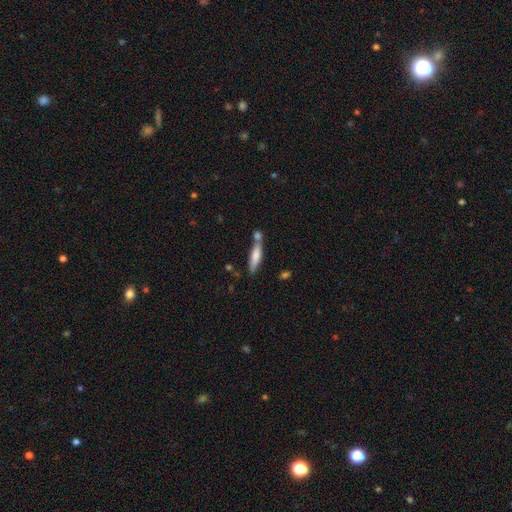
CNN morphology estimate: The model was most divided on "merging": none: 54%, merger: 27%, minor disturbance: 15%, major disturbance: 4%. More confident: how rounded — cigar-shaped (76%); smooth or featured — smooth (69%).